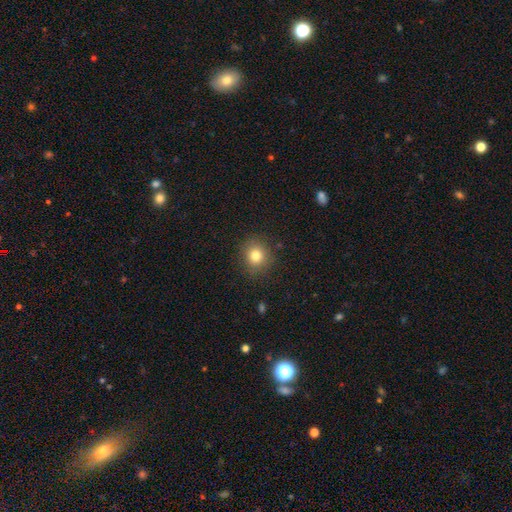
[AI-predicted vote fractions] The model was most divided on "smooth or featured": smooth: 81%, star or artifact: 12%, featured or disk: 7%. More confident: merging — none (87%); how rounded — round (84%).